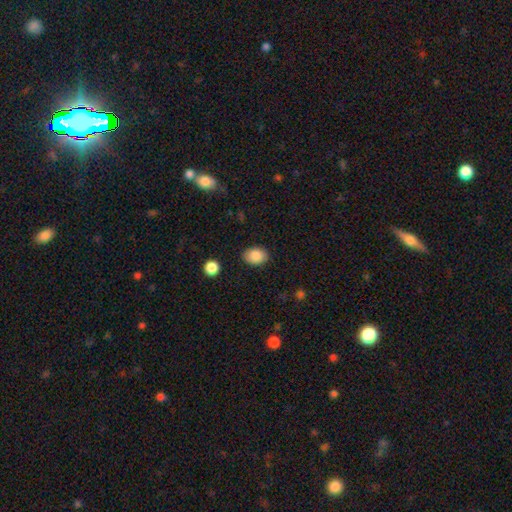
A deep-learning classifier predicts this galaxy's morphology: A smooth galaxy with no disk features (87%) that is in between round and cigar-shaped (77%).

Vote fractions:
- Smooth or featured? smooth: 87% / star or artifact: 8% / featured or disk: 5%
- How rounded? in between: 77% / round: 22% / cigar-shaped: 1%
- Merging? none: 86% / minor disturbance: 10% / major disturbance: 3% / merger: 1%